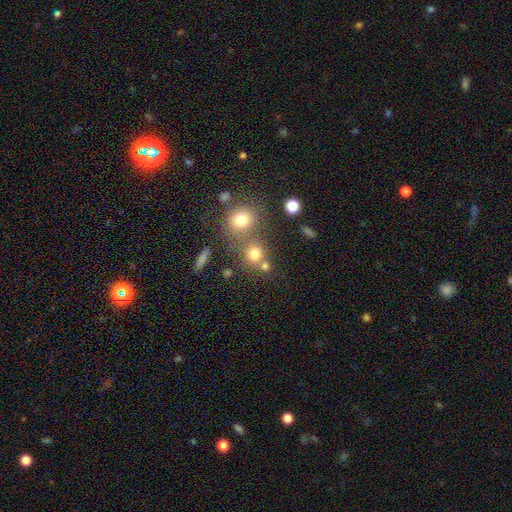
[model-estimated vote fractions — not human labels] smooth 65%, star or artifact 23%, featured or disk 12%. Down the decision tree: how rounded — round (83%); merging — none (56%).